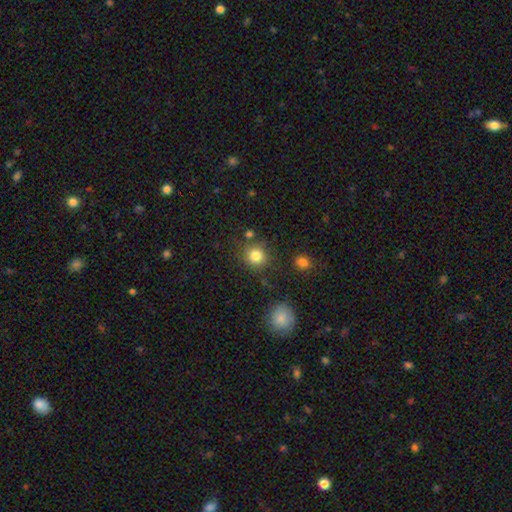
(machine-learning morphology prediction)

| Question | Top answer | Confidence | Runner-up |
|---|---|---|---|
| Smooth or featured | smooth | 82% | star or artifact (11%) |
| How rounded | round | 88% | in between (11%) |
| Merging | none | 79% | minor disturbance (11%) |